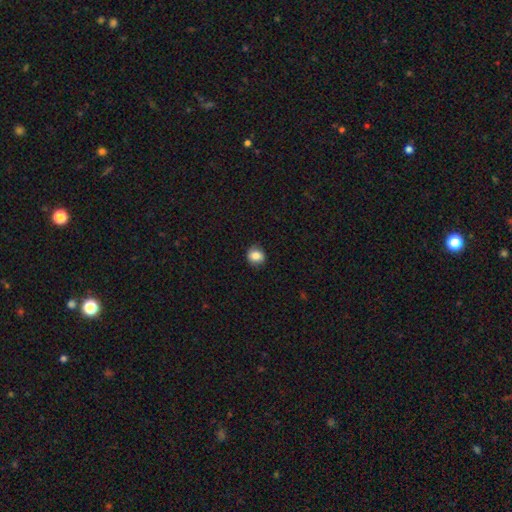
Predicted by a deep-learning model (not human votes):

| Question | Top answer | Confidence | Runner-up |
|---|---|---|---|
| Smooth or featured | smooth | 84% | star or artifact (9%) |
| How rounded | round | 76% | in between (23%) |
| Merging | none | 84% | minor disturbance (12%) |